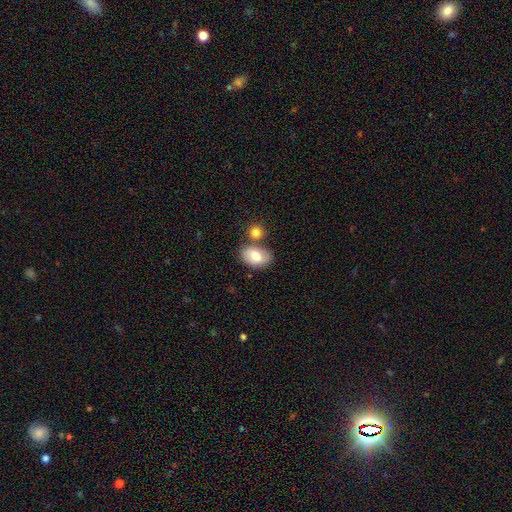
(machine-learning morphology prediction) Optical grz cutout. It shows a smooth galaxy with no disk features (72%) that is in between round and cigar-shaped (84%). Merging: none (61%).